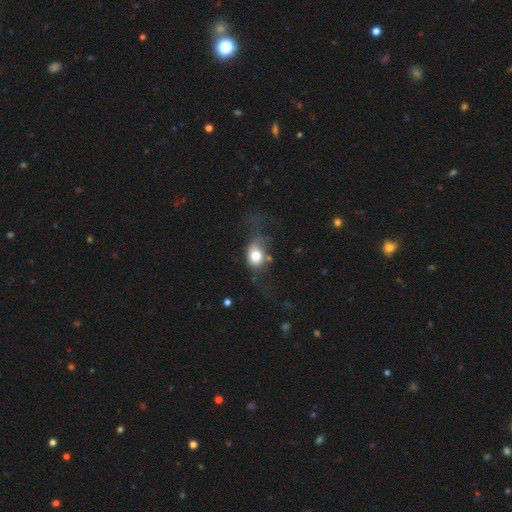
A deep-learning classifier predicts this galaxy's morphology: A smooth galaxy with no disk features (73%) that is in between round and cigar-shaped (54%).

Vote fractions:
- Smooth or featured? smooth: 73% / featured or disk: 17% / star or artifact: 10%
- How rounded? in between: 54% / round: 45% / cigar-shaped: 1%
- Merging? none: 39% / major disturbance: 29% / minor disturbance: 26% / merger: 6%